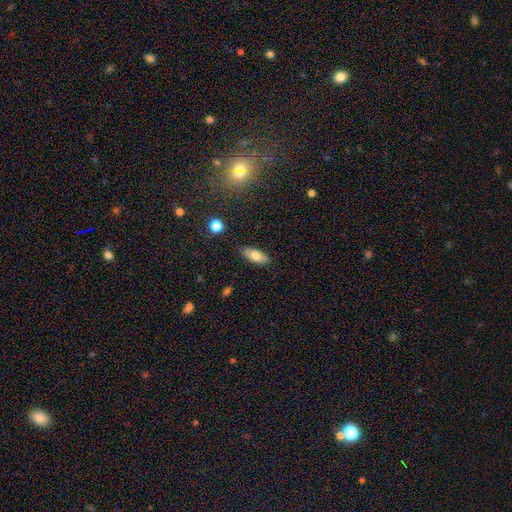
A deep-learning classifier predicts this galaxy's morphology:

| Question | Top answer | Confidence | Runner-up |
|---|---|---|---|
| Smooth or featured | smooth | 75% | featured or disk (18%) |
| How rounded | in between | 79% | cigar-shaped (19%) |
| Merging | none | 85% | minor disturbance (11%) |